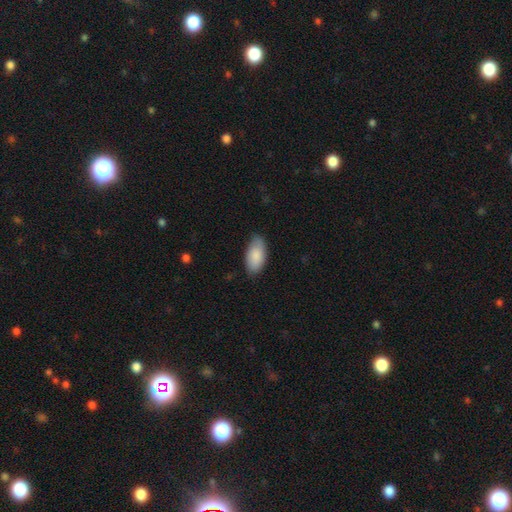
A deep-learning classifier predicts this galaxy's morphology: smooth-or-featured: smooth: 86% | featured or disk: 9% | star or artifact: 5%
  how-rounded: in between: 93% | cigar-shaped: 5% | round: 2%
  merging: none: 76% | minor disturbance: 20% | major disturbance: 3% | merger: 1%